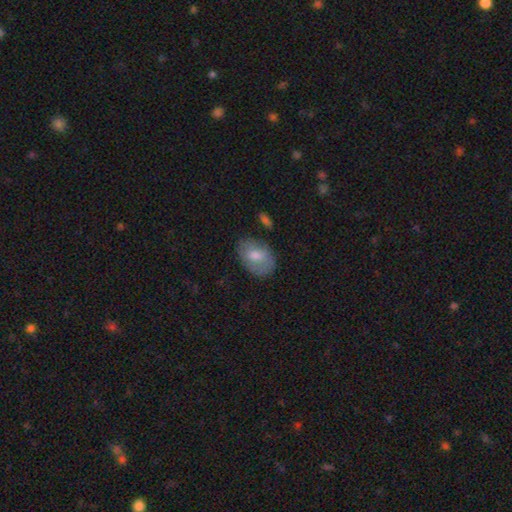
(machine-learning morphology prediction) The model was most divided on "smooth or featured": smooth: 66%, featured or disk: 26%, star or artifact: 8%. More confident: how rounded — in between (81%); merging — none (72%).